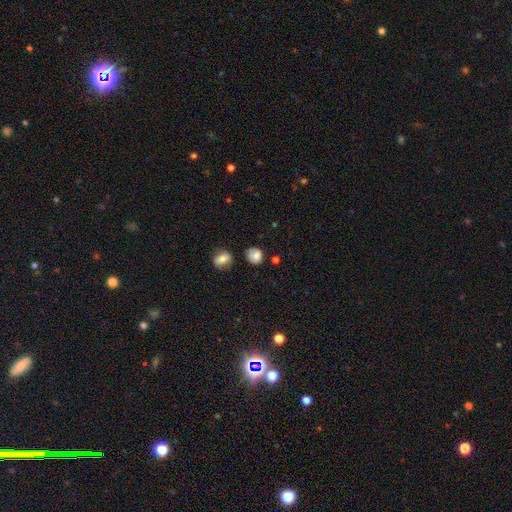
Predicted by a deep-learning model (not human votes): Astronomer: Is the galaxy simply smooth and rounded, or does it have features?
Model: smooth — 79%.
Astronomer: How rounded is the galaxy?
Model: round — 78%.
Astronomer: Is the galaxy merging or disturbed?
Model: none — 71%.